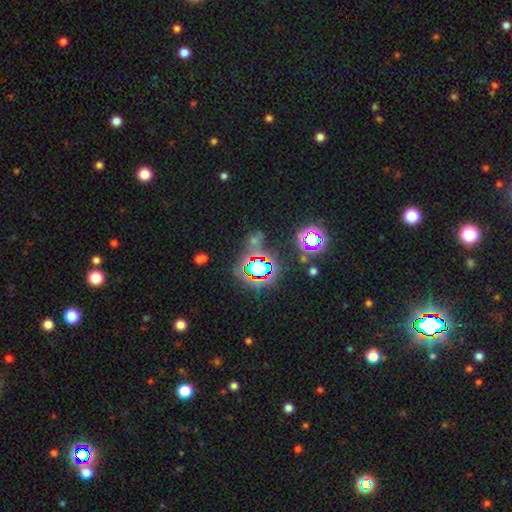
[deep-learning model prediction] smooth-or-featured: star or artifact: 71% | smooth: 20% | featured or disk: 9%